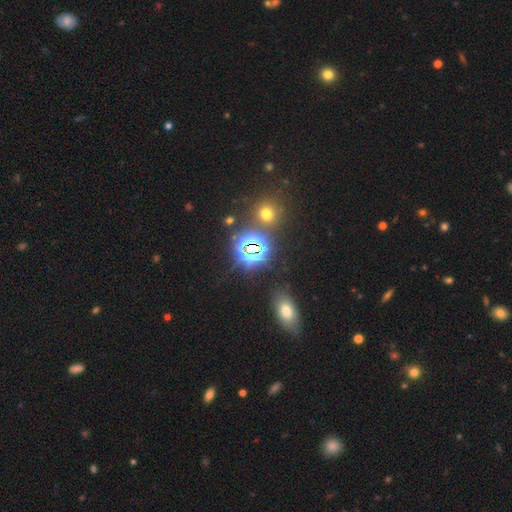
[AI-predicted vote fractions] Smooth or featured? star or artifact (71%)